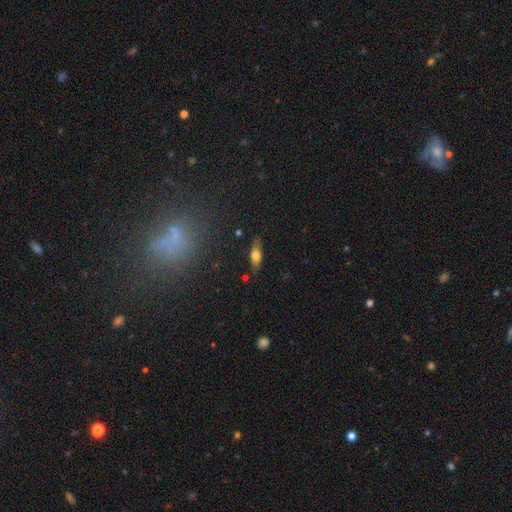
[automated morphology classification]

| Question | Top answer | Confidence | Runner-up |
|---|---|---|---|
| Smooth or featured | smooth | 64% | featured or disk (28%) |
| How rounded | in between | 66% | cigar-shaped (30%) |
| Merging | none | 81% | minor disturbance (14%) |